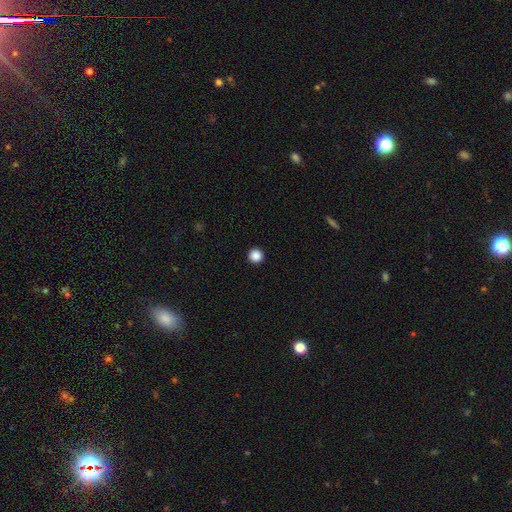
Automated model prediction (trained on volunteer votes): Smooth or featured? smooth (87%)
How rounded? round (97%)
Merging? none (94%)